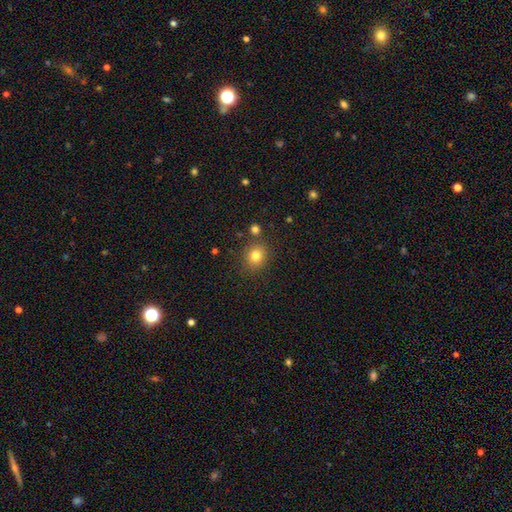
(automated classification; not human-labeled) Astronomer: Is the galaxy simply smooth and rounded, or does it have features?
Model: smooth — 80%.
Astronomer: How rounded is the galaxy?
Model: round — 74%.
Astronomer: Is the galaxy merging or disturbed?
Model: none — 81%.